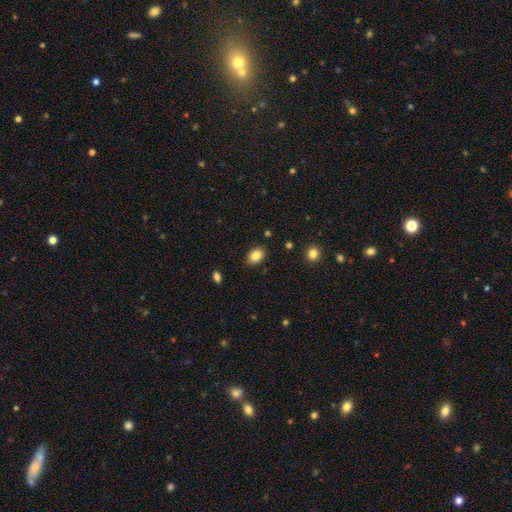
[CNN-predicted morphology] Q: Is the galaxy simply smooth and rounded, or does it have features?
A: smooth — 85%.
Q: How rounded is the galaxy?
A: in between — 81%.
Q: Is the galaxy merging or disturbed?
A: none — 86%.